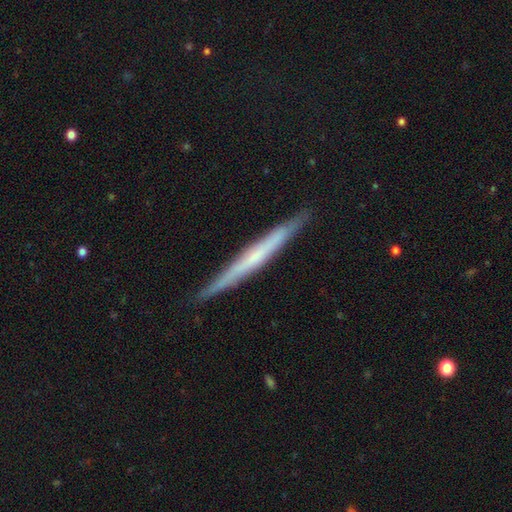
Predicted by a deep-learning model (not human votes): Smooth or featured?
  - featured or disk: 60% *
  - smooth: 34%
  - star or artifact: 6%
Edge-on disk?
  - yes: 96% *
  - no: 4%
Edge-on bulge?
  - none: 72% *
  - rounded: 21%
  - boxy: 7%
Merging?
  - none: 90% *
  - minor disturbance: 8%
  - major disturbance: 1%
  - merger: 1%